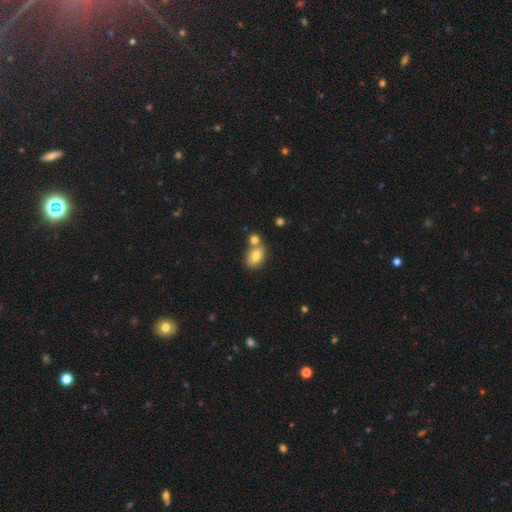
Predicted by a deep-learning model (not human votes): The model was most divided on "merging": none: 48%, merger: 36%, minor disturbance: 12%, major disturbance: 3%. More confident: how rounded — in between (83%); smooth or featured — smooth (76%).